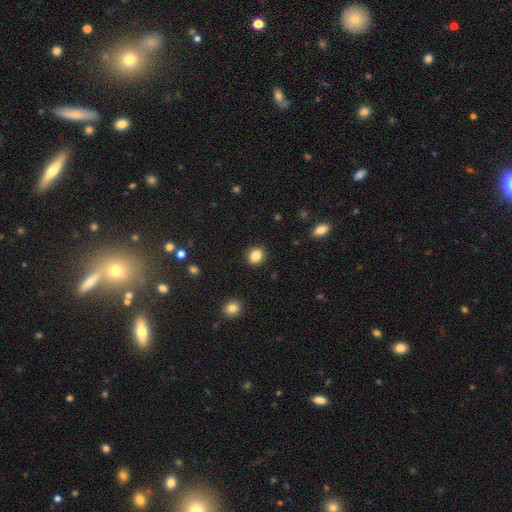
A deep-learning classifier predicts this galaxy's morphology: Smooth or featured: smooth — 86% (star or artifact — 10%)
How rounded: round — 83% (in between — 16%)
Merging: none — 92% (minor disturbance — 5%)